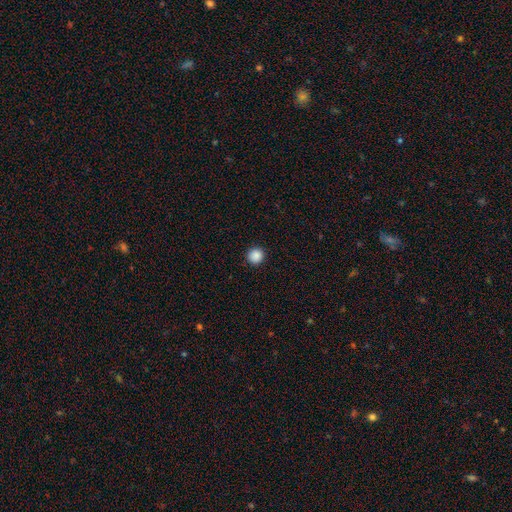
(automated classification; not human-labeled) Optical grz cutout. It shows a smooth galaxy with no disk features (88%) that is round (95%). Merging: none (93%).